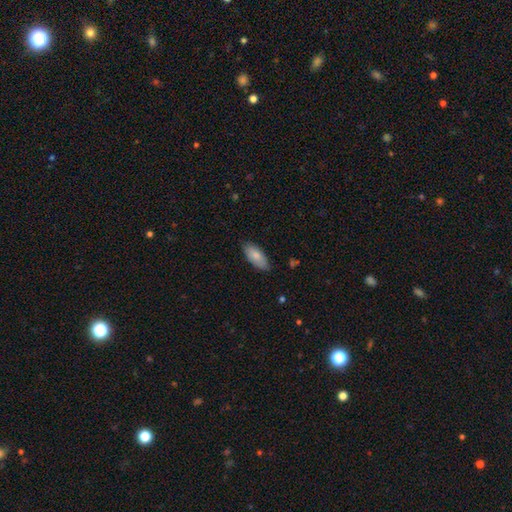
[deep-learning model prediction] This appears to be a smooth galaxy with no disk features (81%) that is in between round and cigar-shaped (88%). Merging: none (80%).